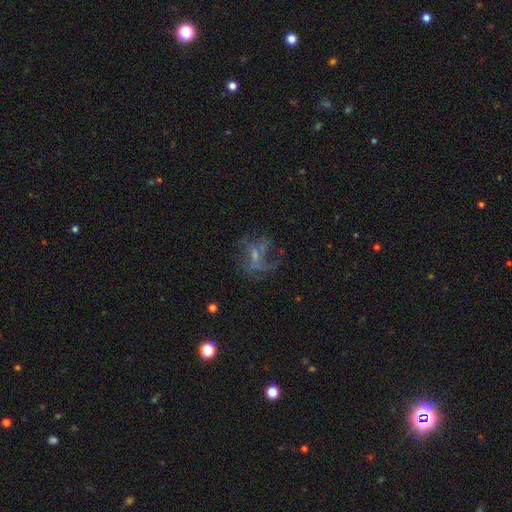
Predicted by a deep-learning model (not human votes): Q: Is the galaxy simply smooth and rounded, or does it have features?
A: featured or disk — 62%.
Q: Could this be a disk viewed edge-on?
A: no — 97%.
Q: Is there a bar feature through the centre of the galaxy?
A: no — 52%.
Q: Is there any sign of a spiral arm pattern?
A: yes — 60%.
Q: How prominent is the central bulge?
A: small — 54%.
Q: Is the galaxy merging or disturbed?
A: none — 43%.